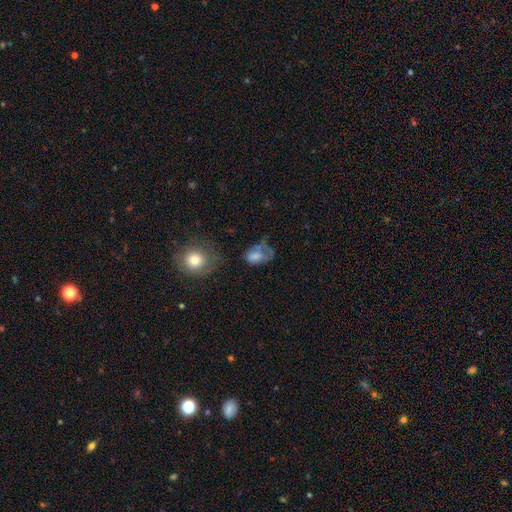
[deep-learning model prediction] smooth_or_featured: smooth (p=0.61) [alt: featured or disk p=0.28]
how_rounded: in between (p=0.79) [alt: round p=0.20]
merging: major disturbance (p=0.36) [alt: none p=0.30]